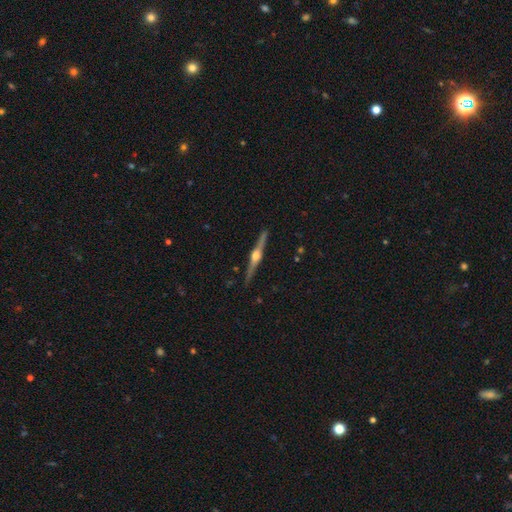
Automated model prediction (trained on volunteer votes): smooth-or-featured: featured or disk: 85% | smooth: 10% | star or artifact: 5%
  disk-edge-on: yes: 98% | no: 2%
    edge-on-bulge: rounded: 95% | boxy: 4% | none: 2%
  merging: none: 91% | minor disturbance: 7% | major disturbance: 1% | merger: 1%